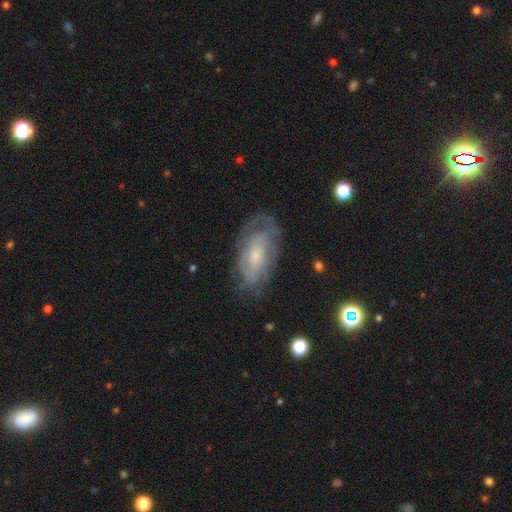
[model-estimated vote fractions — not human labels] A featured or disk galaxy (67%) with no bar (65%), spiral arms (78%) and a small central bulge (61%).

Vote fractions:
- Smooth or featured? featured or disk: 67% / smooth: 25% / star or artifact: 8%
- Edge-on disk? no: 92% / yes: 8%
- Bar? no: 65% / weak: 29% / strong: 6%
- Spiral arms? yes: 78% / no: 22%
- Bulge size? small: 61% / moderate: 28% / none: 6% / large: 3% / dominant: 1%
- Merging? none: 67% / minor disturbance: 21% / major disturbance: 11% / merger: 2%